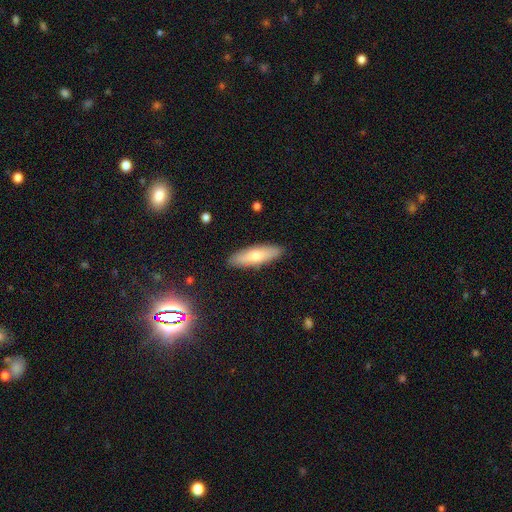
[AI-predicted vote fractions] Smooth or featured: smooth — 65% (featured or disk — 28%)
How rounded: cigar-shaped — 54% (in between — 44%)
Merging: none — 89% (minor disturbance — 8%)